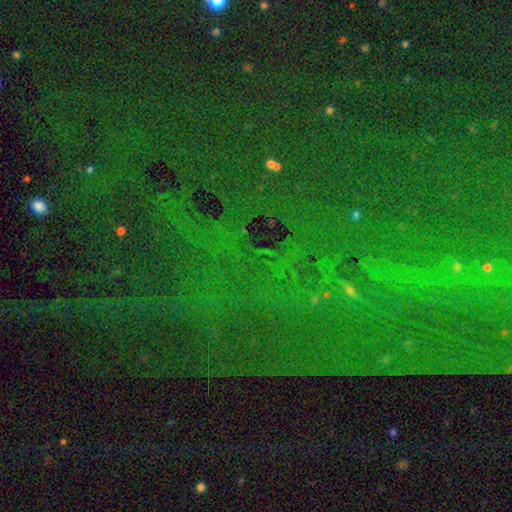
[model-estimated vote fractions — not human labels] Q: Smooth or featured?
A: star or artifact (82%); runner-up: smooth (9%)